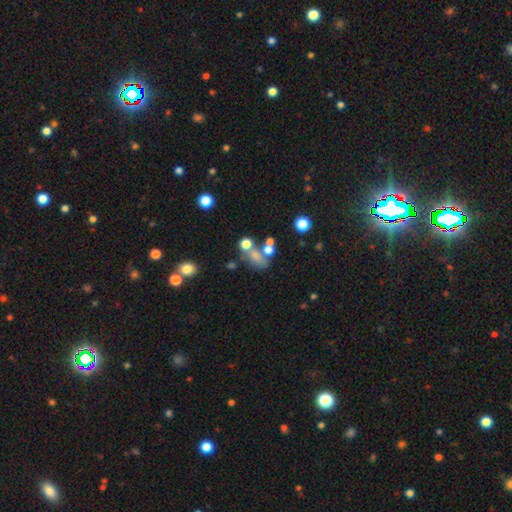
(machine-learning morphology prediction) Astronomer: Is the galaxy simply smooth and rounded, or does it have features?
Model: smooth — 63%.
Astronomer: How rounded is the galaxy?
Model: in between — 64%.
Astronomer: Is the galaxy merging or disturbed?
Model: merger — 38% (runner-up: none, 36%).